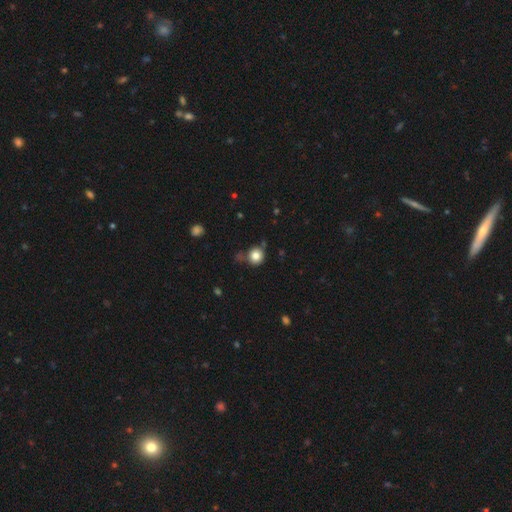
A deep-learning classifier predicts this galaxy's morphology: This appears to be a smooth galaxy with no disk features (81%) that is round (90%). Merging: none (75%).